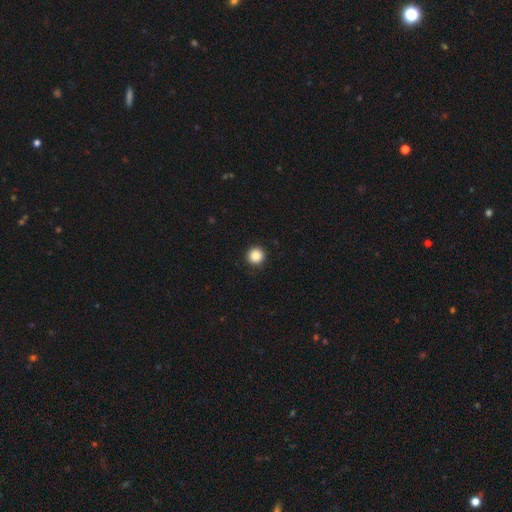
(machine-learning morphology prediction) Smooth or featured: smooth — 87% (star or artifact — 10%)
How rounded: round — 96% (in between — 3%)
Merging: none — 93% (minor disturbance — 4%)